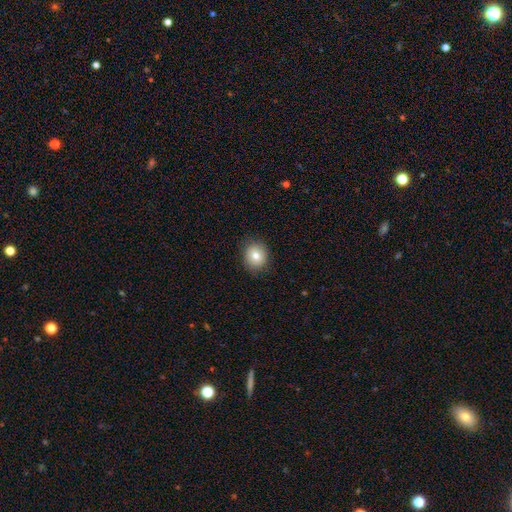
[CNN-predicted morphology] Smooth or featured?
  - smooth: 79% *
  - featured or disk: 11%
  - star or artifact: 10%
How rounded?
  - round: 76% *
  - in between: 23%
  - cigar-shaped: 1%
Merging?
  - none: 87% *
  - minor disturbance: 9%
  - major disturbance: 3%
  - merger: 1%